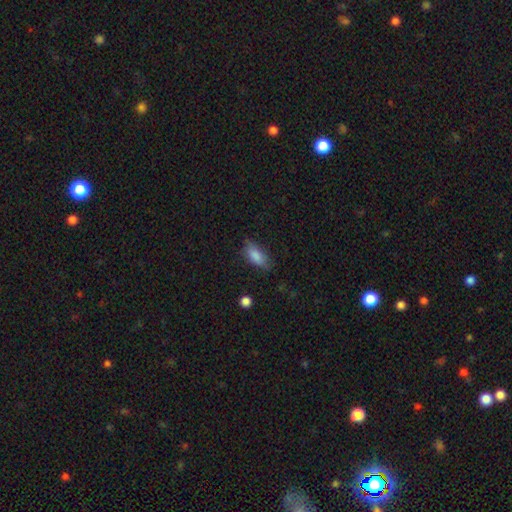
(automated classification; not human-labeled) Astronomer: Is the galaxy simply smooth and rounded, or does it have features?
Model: smooth — 83%.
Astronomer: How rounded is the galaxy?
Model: in between — 84%.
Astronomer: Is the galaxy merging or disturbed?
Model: none — 70%.